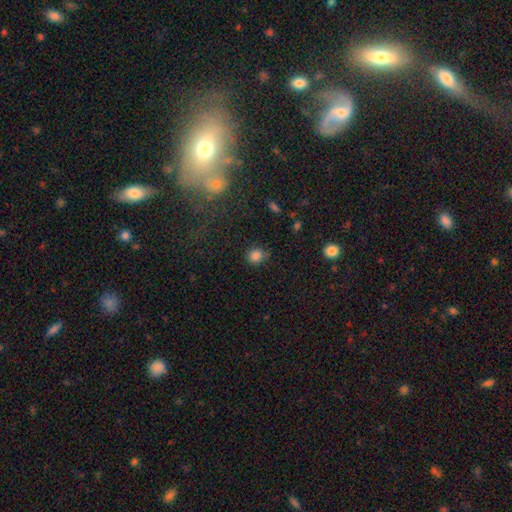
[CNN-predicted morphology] smooth 83%, star or artifact 13%, featured or disk 5%. Down the decision tree: how rounded — round (78%); merging — none (71%).